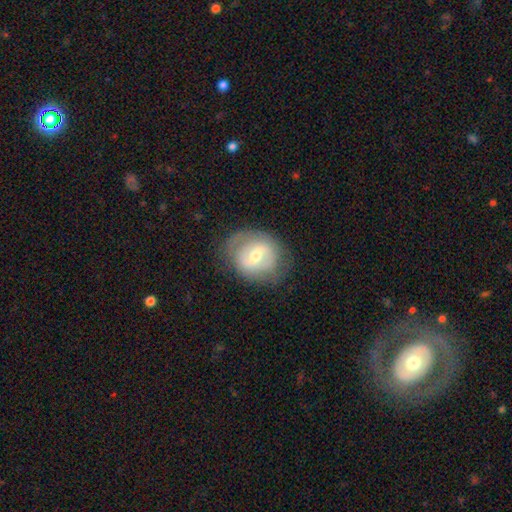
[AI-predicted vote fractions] Q: Smooth or featured?
A: featured or disk (60%); runner-up: smooth (33%)
Q: Edge-on disk?
A: no (96%); runner-up: yes (4%)
Q: Bar?
A: weak (50%); runner-up: strong (25%)
Q: Spiral arms?
A: yes (56%); runner-up: no (44%)
Q: Bulge size?
A: moderate (65%); runner-up: small (29%)
Q: Merging?
A: none (73%); runner-up: minor disturbance (18%)